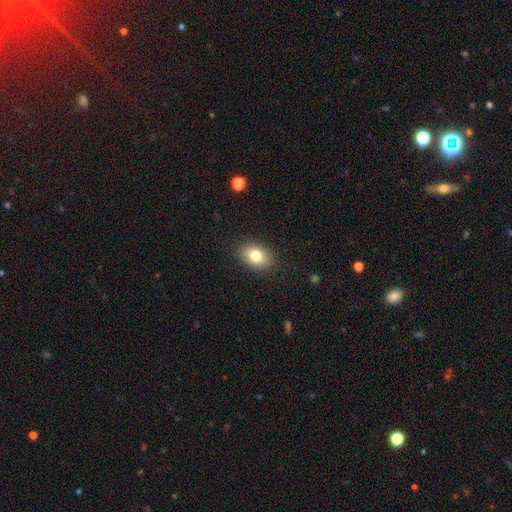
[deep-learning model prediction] Smooth or featured? smooth (79%)
How rounded? in between (78%)
Merging? none (87%)